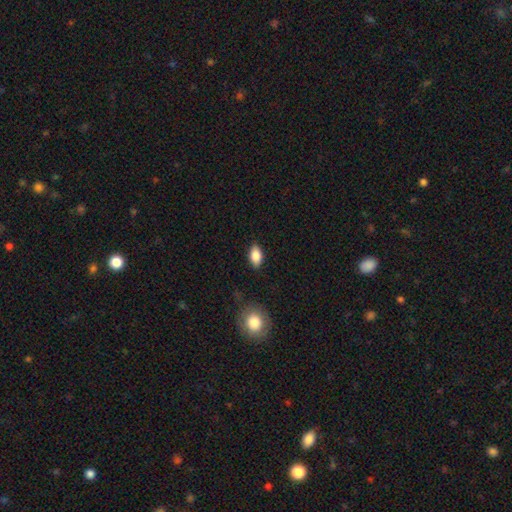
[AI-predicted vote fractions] This appears to be a smooth galaxy with no disk features (85%) that is in between round and cigar-shaped (90%). Merging: none (86%).